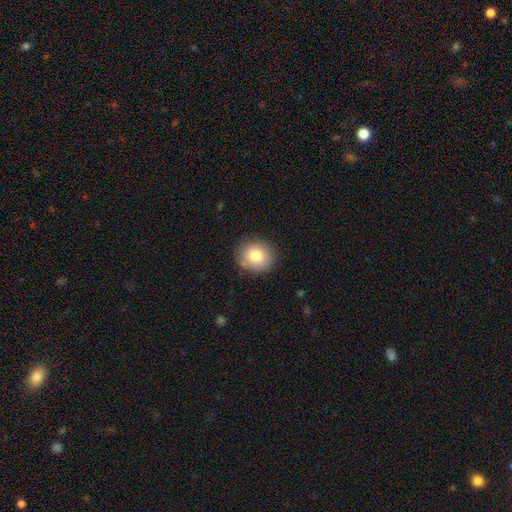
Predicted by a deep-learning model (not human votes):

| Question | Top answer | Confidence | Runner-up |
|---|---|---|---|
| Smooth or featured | smooth | 81% | featured or disk (10%) |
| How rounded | round | 84% | in between (15%) |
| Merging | none | 85% | minor disturbance (11%) |